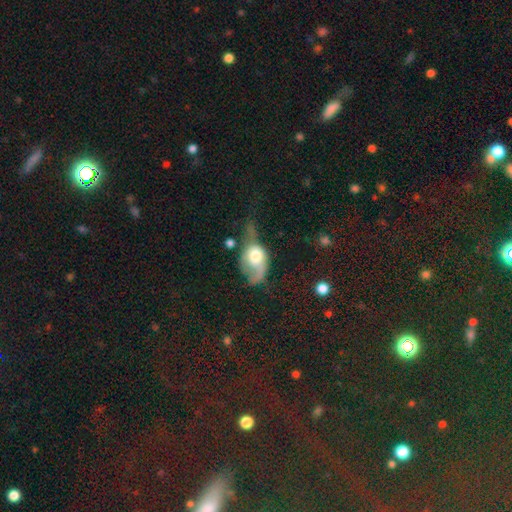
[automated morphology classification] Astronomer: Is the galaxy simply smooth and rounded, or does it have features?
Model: smooth — 54% (runner-up: featured or disk, 38%).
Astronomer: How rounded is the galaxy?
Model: in between — 75%.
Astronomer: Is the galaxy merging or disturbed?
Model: major disturbance — 50%.